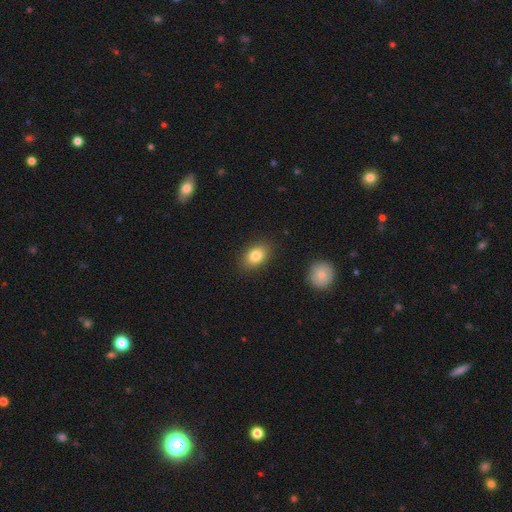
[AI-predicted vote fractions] Smooth or featured? Predicted: smooth (p=0.83). How rounded? Predicted: in between (p=0.80). Merging? Predicted: none (p=0.86).